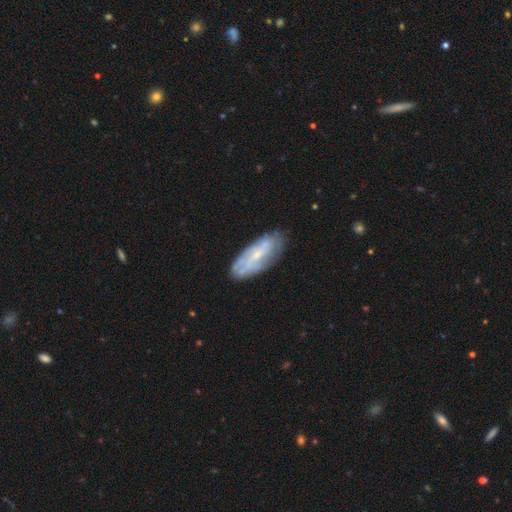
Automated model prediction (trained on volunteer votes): smooth_or_featured: featured or disk (p=0.63) [alt: smooth p=0.30]
disk_edge_on: no (p=0.88) [alt: yes p=0.12]
bar: no (p=0.52) [alt: weak p=0.37]
has_spiral_arms: yes (p=0.72) [alt: no p=0.28]
bulge_size: small (p=0.67) [alt: moderate p=0.23]
merging: none (p=0.74) [alt: minor disturbance p=0.19]